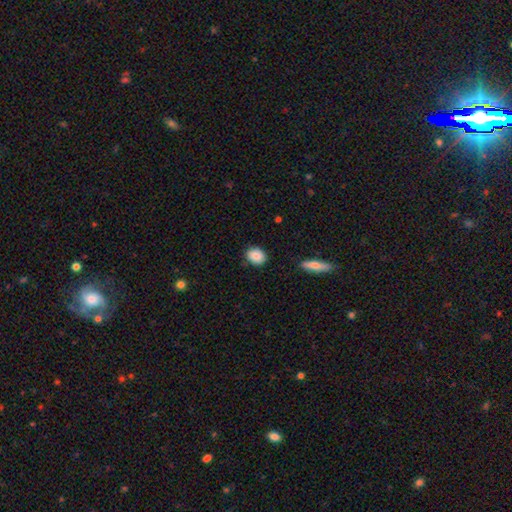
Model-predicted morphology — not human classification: This appears to be a smooth galaxy with no disk features (85%) that is round (50%). Merging: none (83%).